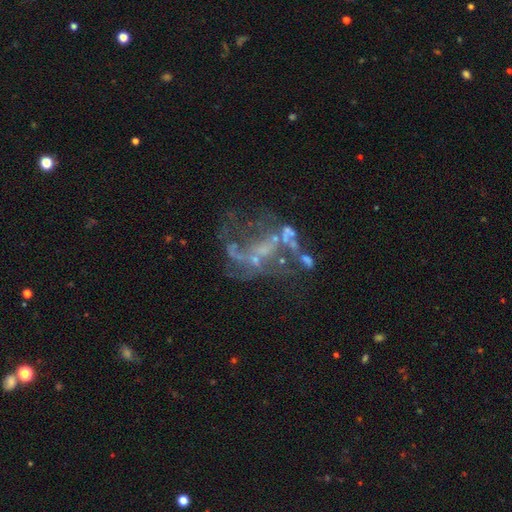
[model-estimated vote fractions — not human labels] featured or disk 72%, star or artifact 19%, smooth 9%. Down the decision tree: edge-on disk — no (98%); bar — no (72%); spiral arms — no (70%); bulge size — none (57%); merging — major disturbance (36%).